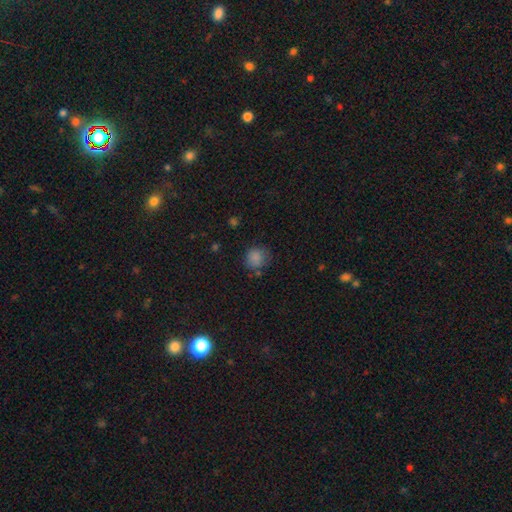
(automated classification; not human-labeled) Smooth or featured?
  - smooth: 83% *
  - star or artifact: 11%
  - featured or disk: 6%
How rounded?
  - round: 86% *
  - in between: 13%
  - cigar-shaped: 1%
Merging?
  - none: 71% *
  - minor disturbance: 19%
  - major disturbance: 6%
  - merger: 4%